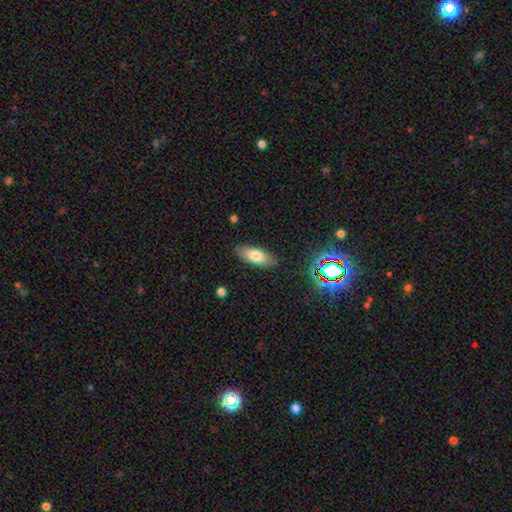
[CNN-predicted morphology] smooth 73%, featured or disk 19%, star or artifact 8%. Down the decision tree: how rounded — in between (74%); merging — none (87%).